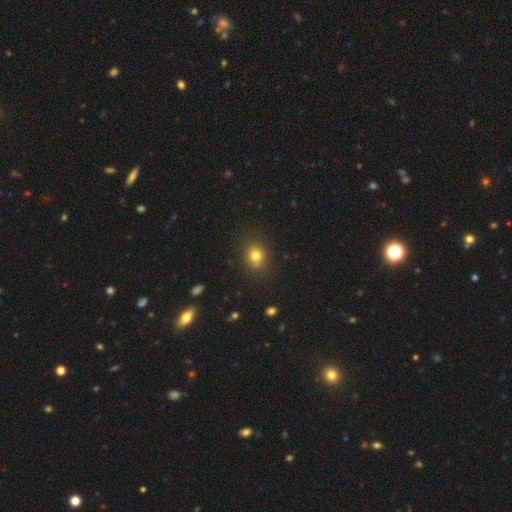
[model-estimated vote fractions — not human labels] smooth-or-featured: smooth: 80% | star or artifact: 13% | featured or disk: 7%
  how-rounded: round: 68% | in between: 31% | cigar-shaped: 1%
  merging: none: 87% | minor disturbance: 9% | major disturbance: 3% | merger: 1%